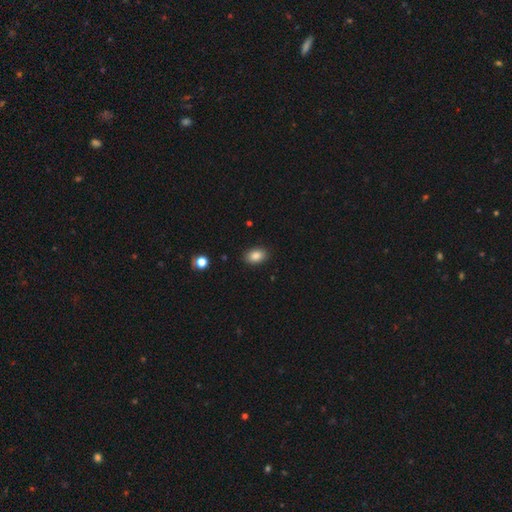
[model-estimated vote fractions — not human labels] The model was most divided on "how rounded": in between: 80%, round: 19%, cigar-shaped: 1%. More confident: merging — none (88%); smooth or featured — smooth (86%).